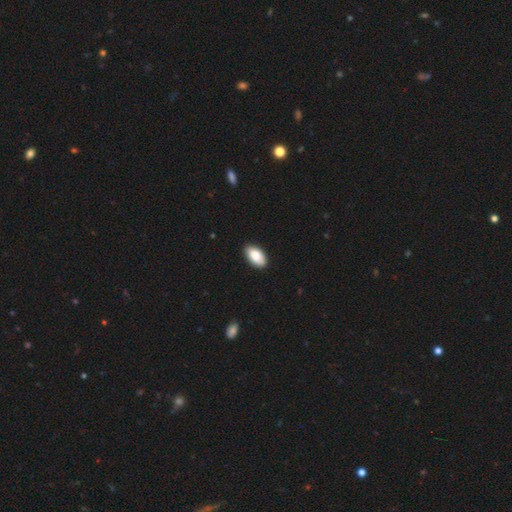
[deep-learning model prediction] Smooth or featured? Predicted: smooth (p=0.86). How rounded? Predicted: in between (p=0.95). Merging? Predicted: none (p=0.87).